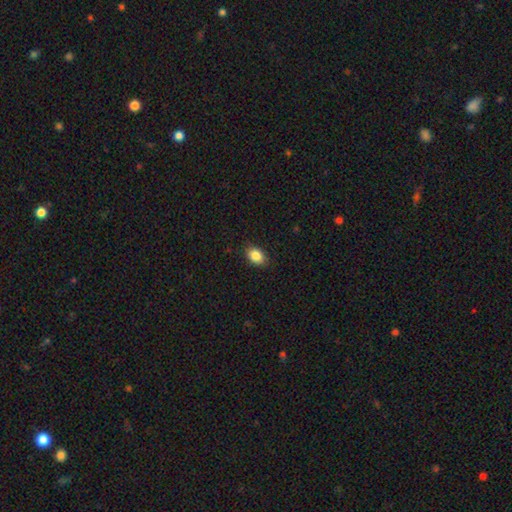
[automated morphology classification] type=smooth (86%); roundness=in between (81%); merging=none (87%).